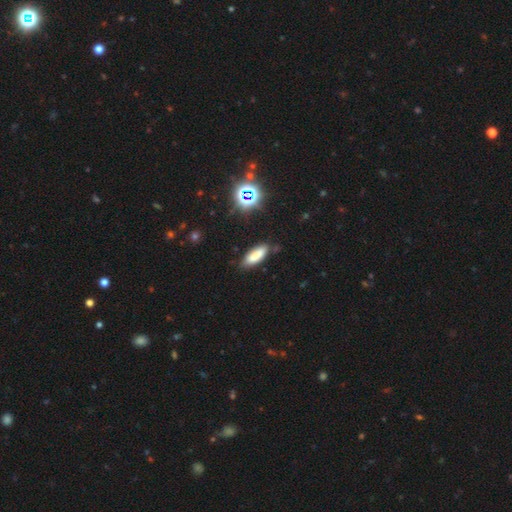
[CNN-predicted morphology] Smooth or featured? Predicted: smooth (p=0.79). How rounded? Predicted: in between (p=0.64). Merging? Predicted: none (p=0.77).